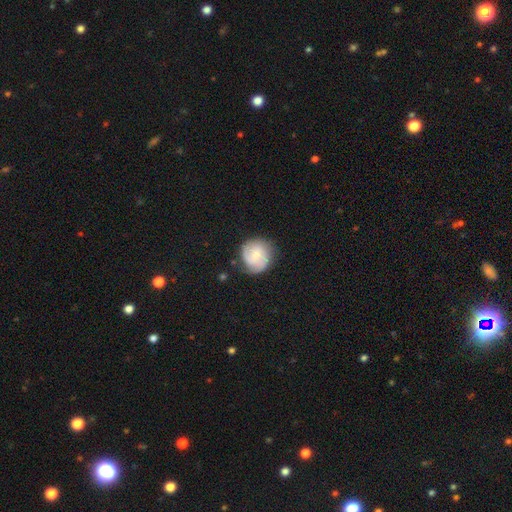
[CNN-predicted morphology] A featured or disk galaxy (56%) with no bar (57%), spiral arms (89%) and a small central bulge (55%).

Vote fractions:
- Smooth or featured? featured or disk: 56% / smooth: 38% / star or artifact: 6%
- Edge-on disk? no: 98% / yes: 2%
- Bar? no: 57% / weak: 37% / strong: 6%
- Spiral arms? yes: 89% / no: 11%
- Bulge size? small: 55% / moderate: 38% / none: 4% / large: 2% / dominant: 1%
- Merging? none: 72% / minor disturbance: 20% / major disturbance: 6% / merger: 2%